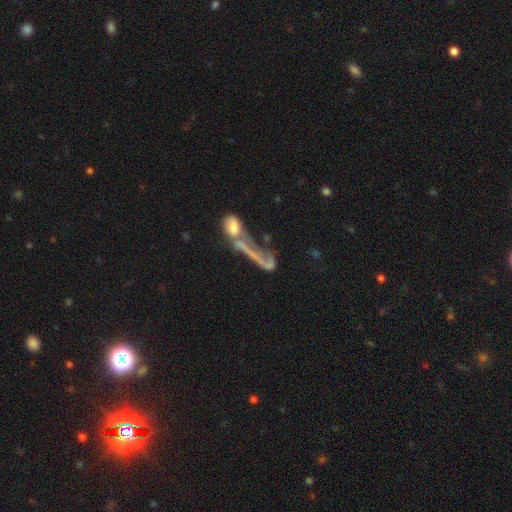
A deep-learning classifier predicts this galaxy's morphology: This is possibly a featured or disk galaxy (50%). It is likely not viewed edge-on (74%). Merging: likely merger (60%).